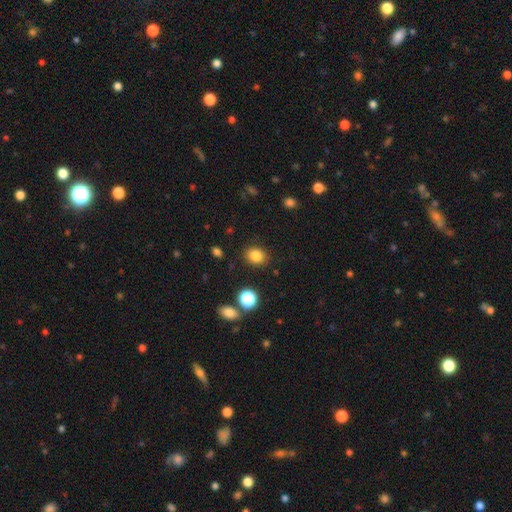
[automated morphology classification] Overall: smooth (82%). How rounded: round (63%; in between 36%). Merging: none (87%).